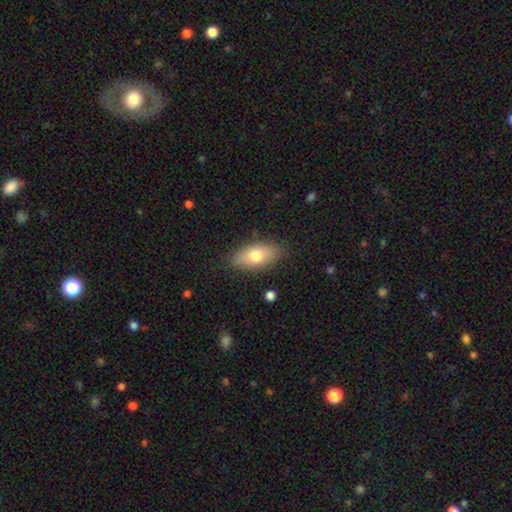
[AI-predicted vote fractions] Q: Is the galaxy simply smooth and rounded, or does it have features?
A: smooth — 73%.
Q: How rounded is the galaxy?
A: in between — 88%.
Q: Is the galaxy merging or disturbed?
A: none — 83%.